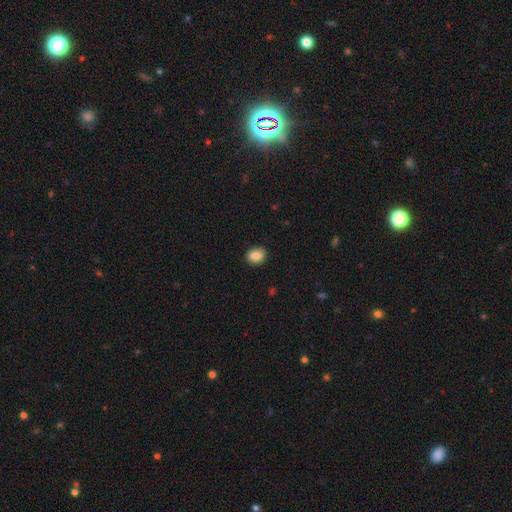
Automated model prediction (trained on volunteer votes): smooth-or-featured: smooth: 86% | star or artifact: 9% | featured or disk: 6%
  how-rounded: round: 61% | in between: 38% | cigar-shaped: 1%
  merging: none: 90% | minor disturbance: 7% | major disturbance: 2% | merger: 1%